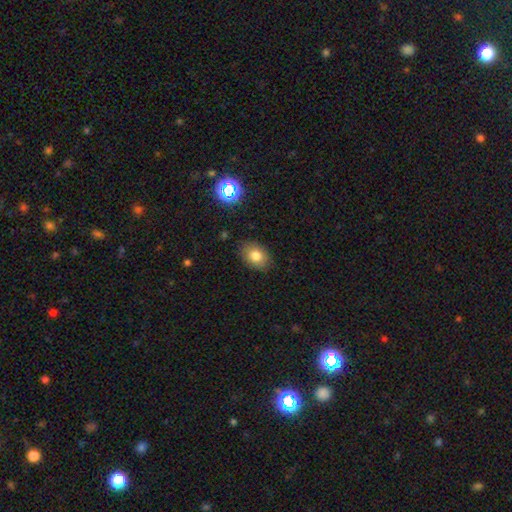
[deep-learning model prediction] Smooth or featured?
  - smooth: 78% *
  - star or artifact: 12%
  - featured or disk: 11%
How rounded?
  - in between: 72% *
  - round: 27%
  - cigar-shaped: 1%
Merging?
  - none: 84% *
  - minor disturbance: 12%
  - major disturbance: 3%
  - merger: 1%